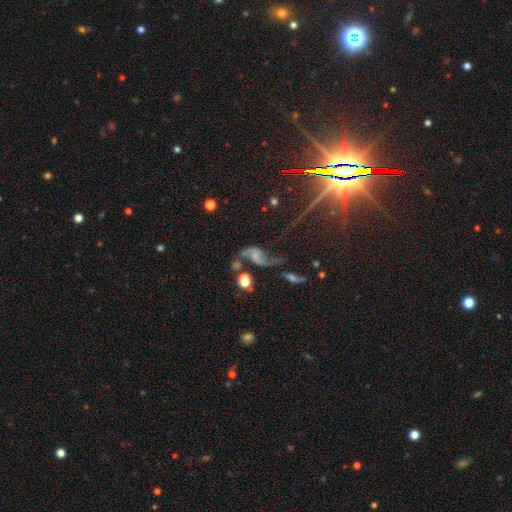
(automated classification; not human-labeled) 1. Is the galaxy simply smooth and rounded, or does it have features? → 73% featured or disk, 15% smooth, 12% star or artifact.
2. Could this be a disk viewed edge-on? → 96% no, 4% yes.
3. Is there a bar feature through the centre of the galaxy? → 65% no, 28% weak, 7% strong.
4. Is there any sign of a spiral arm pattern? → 89% yes, 11% no.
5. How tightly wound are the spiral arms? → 83% loose, 13% medium, 4% tight.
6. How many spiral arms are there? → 89% 2, 5% 1, 3% can't tell, 1% 3, 1% 4, 1% more than 4.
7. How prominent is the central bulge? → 48% small, 28% none, 19% moderate, 4% large, 2% dominant.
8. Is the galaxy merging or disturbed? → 38% none, 23% major disturbance, 20% merger, 19% minor disturbance.